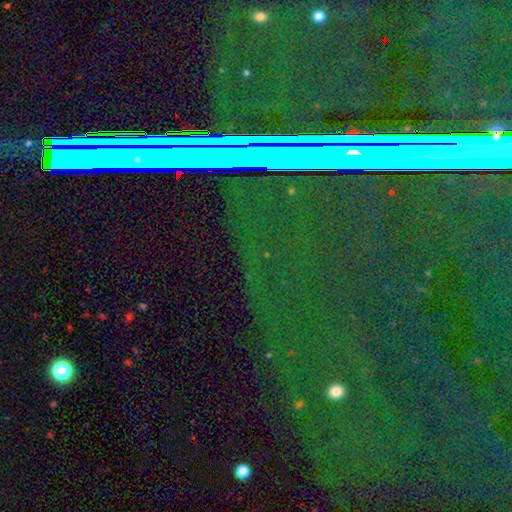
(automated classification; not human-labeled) A star or artifact, not a galaxy (79%).

Vote fractions:
- Smooth or featured? star or artifact: 79% / featured or disk: 11% / smooth: 10%